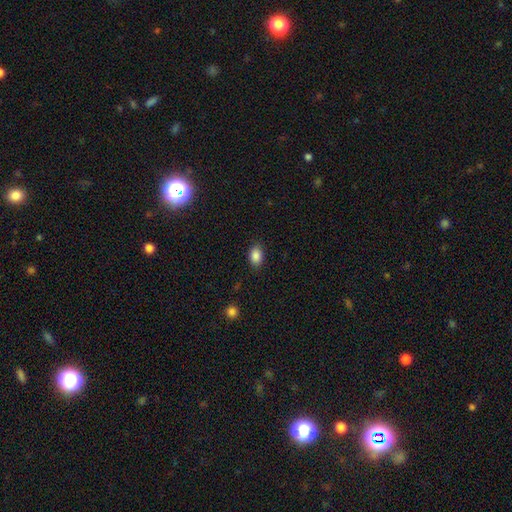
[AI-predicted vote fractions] Q: Smooth or featured?
A: smooth (87%); runner-up: star or artifact (9%)
Q: How rounded?
A: in between (79%); runner-up: round (20%)
Q: Merging?
A: none (86%); runner-up: minor disturbance (10%)